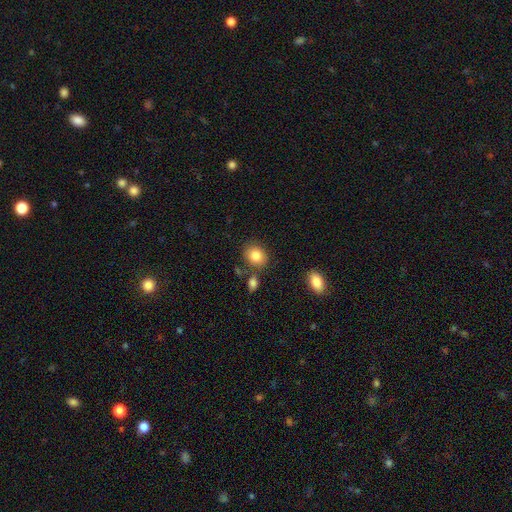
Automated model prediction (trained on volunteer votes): The model was most divided on "how rounded": round: 57%, in between: 42%, cigar-shaped: 1%. More confident: smooth or featured — smooth (83%); merging — none (76%).